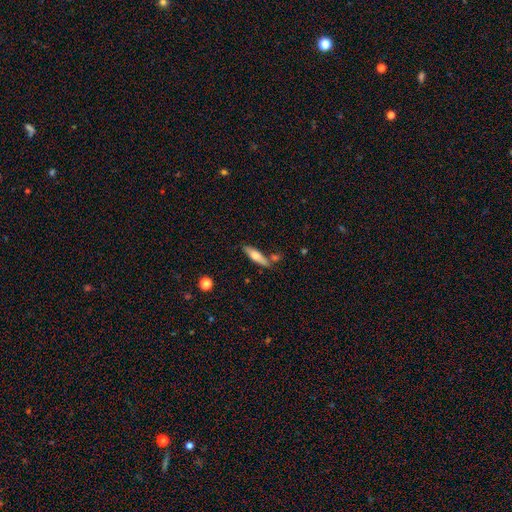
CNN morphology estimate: smooth 62%, featured or disk 31%, star or artifact 6%. Down the decision tree: how rounded — cigar-shaped (67%); merging — none (69%).